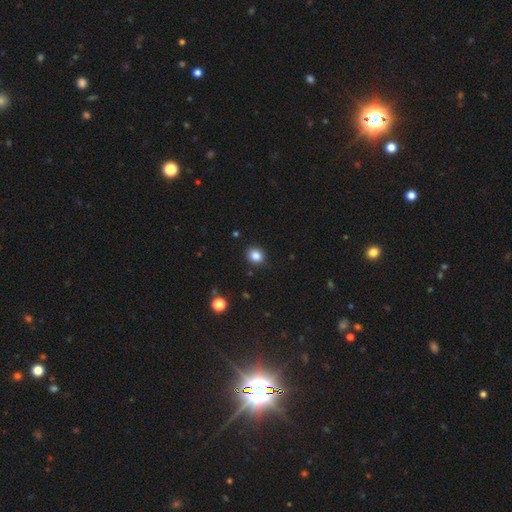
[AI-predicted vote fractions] Q: Smooth or featured?
A: smooth (85%); runner-up: star or artifact (11%)
Q: How rounded?
A: round (72%); runner-up: in between (27%)
Q: Merging?
A: none (89%); runner-up: minor disturbance (7%)